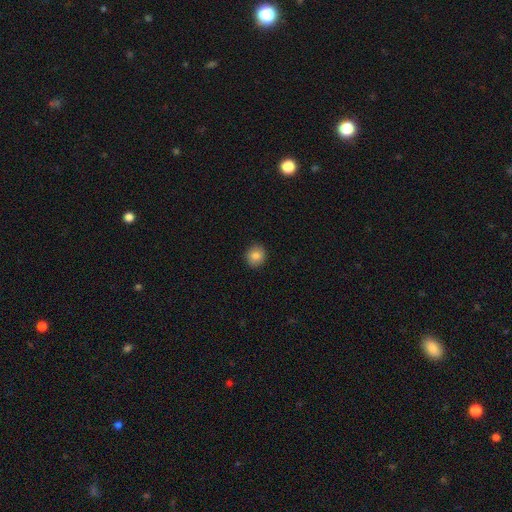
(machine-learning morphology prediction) A smooth galaxy with no disk features (83%) that is round (85%). Merging: none (91%).